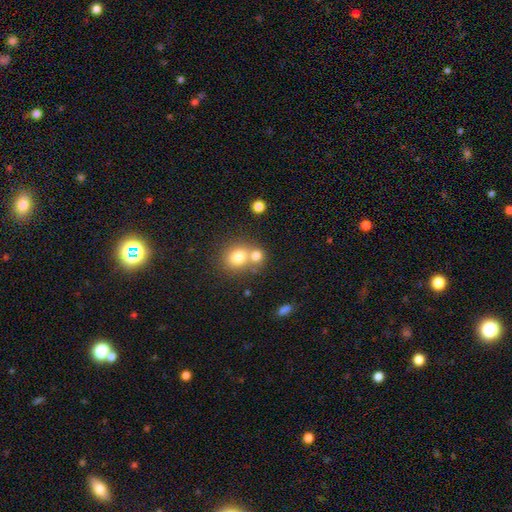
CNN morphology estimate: Smooth or featured? smooth (76%)
How rounded? round (73%)
Merging? merger (49%)